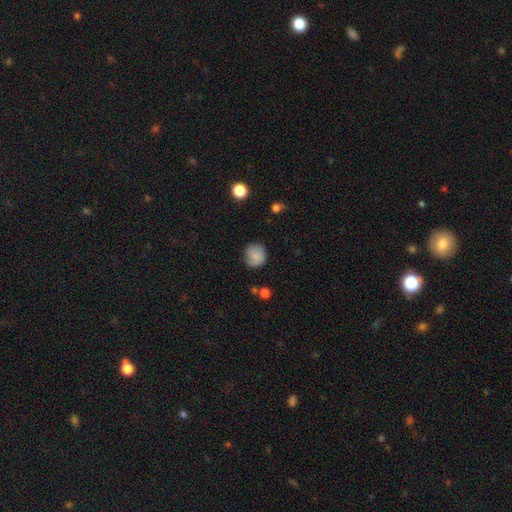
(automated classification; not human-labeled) smooth_or_featured: smooth (p=0.80) [alt: featured or disk p=0.11]
how_rounded: round (p=0.88) [alt: in between p=0.11]
merging: none (p=0.79) [alt: minor disturbance p=0.16]